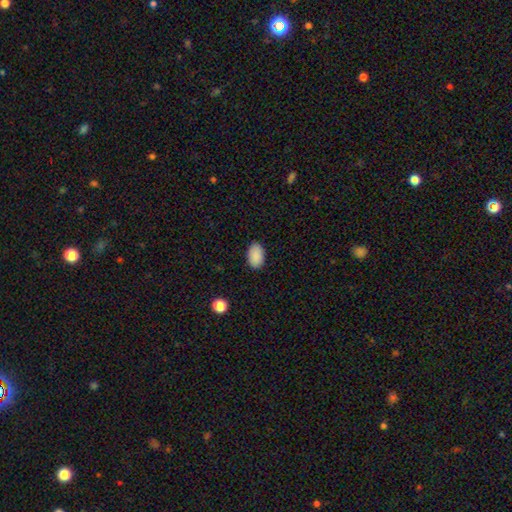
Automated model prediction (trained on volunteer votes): Smooth or featured? smooth (90%)
How rounded? in between (91%)
Merging? none (88%)